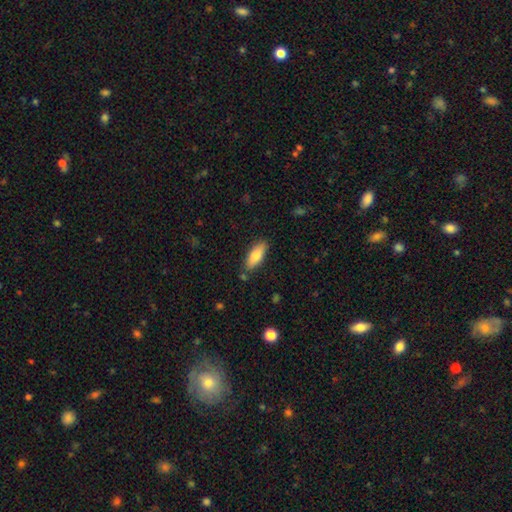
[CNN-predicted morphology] smooth-or-featured: smooth: 78% | featured or disk: 15% | star or artifact: 6%
  how-rounded: in between: 71% | cigar-shaped: 27% | round: 2%
  merging: none: 83% | minor disturbance: 12% | merger: 3% | major disturbance: 2%